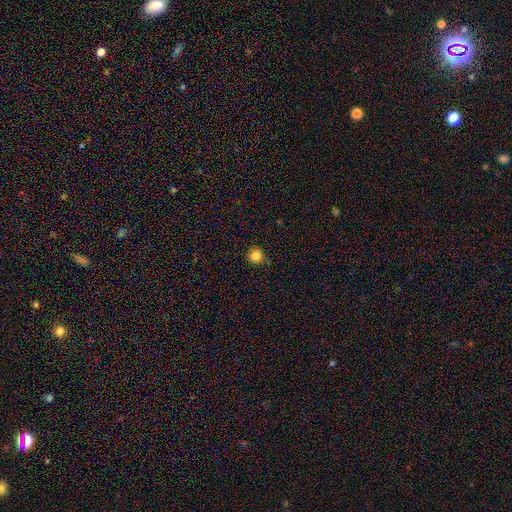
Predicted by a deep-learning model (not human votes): Morphology: type=smooth (83%); roundness=round (92%); merging=none (87%).